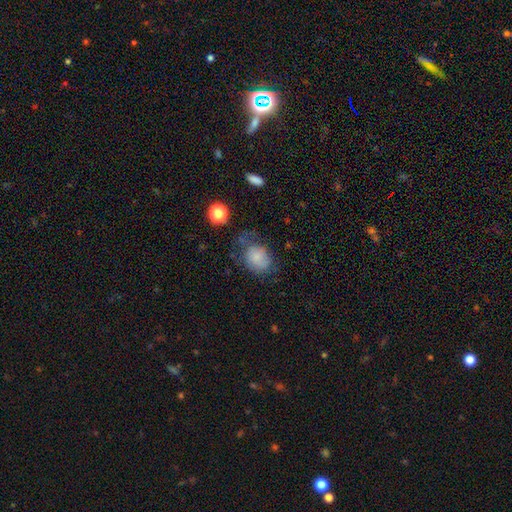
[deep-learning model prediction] smooth 70%, featured or disk 17%, star or artifact 12%. Down the decision tree: how rounded — in between (52%); merging — none (47%).